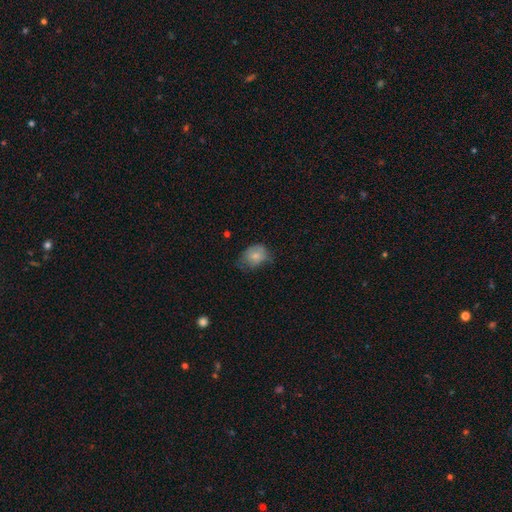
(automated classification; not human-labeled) Smooth or featured? smooth (72%)
How rounded? in between (59%)
Merging? minor disturbance (39%, tied with none)